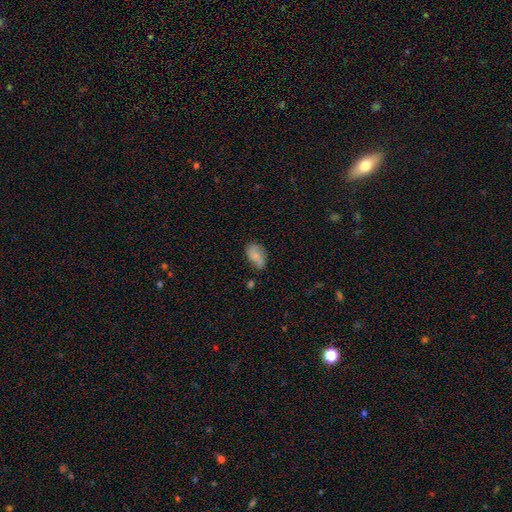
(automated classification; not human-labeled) smooth 63%, featured or disk 28%, star or artifact 9%. Down the decision tree: how rounded — in between (86%); merging — none (52%).